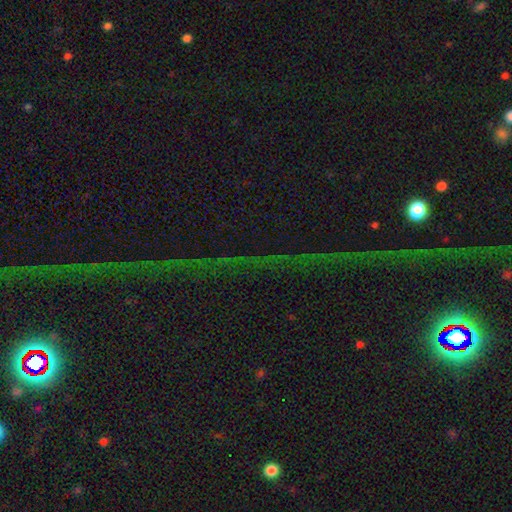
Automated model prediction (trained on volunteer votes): Morphology: type=star or artifact (73%).